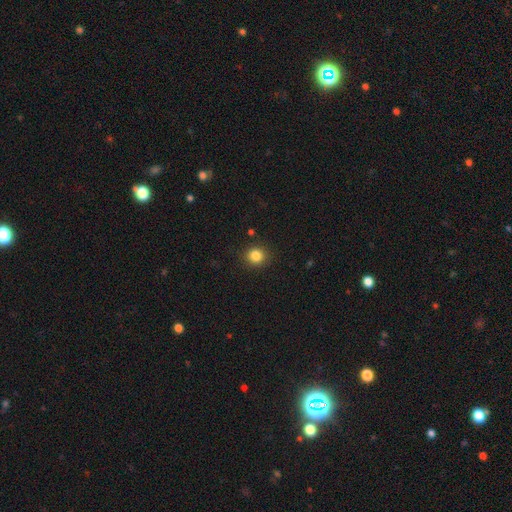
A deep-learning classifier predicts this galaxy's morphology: A smooth galaxy with no disk features (84%) that is round (89%). Merging: none (90%).